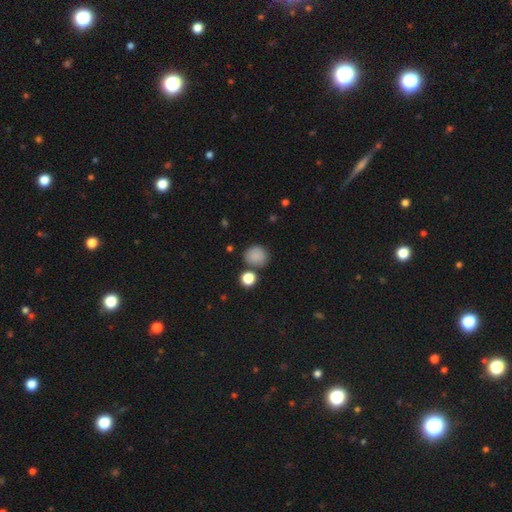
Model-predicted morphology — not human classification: smooth-or-featured: smooth: 85% | star or artifact: 11% | featured or disk: 5%
  how-rounded: round: 80% | in between: 19% | cigar-shaped: 1%
  merging: none: 74% | minor disturbance: 13% | merger: 9% | major disturbance: 4%